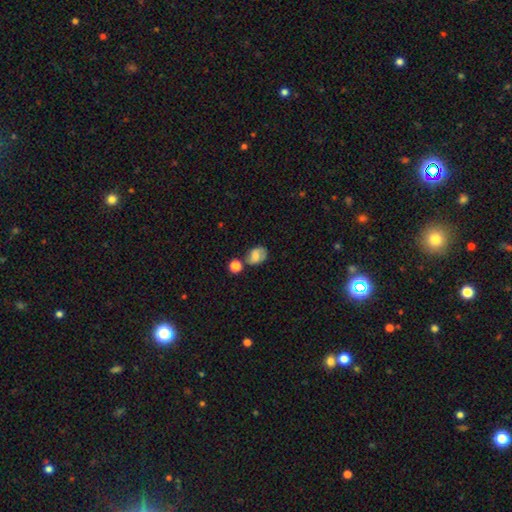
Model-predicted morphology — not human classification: type=smooth (67%); roundness=in between (68%); merging=none (45%).